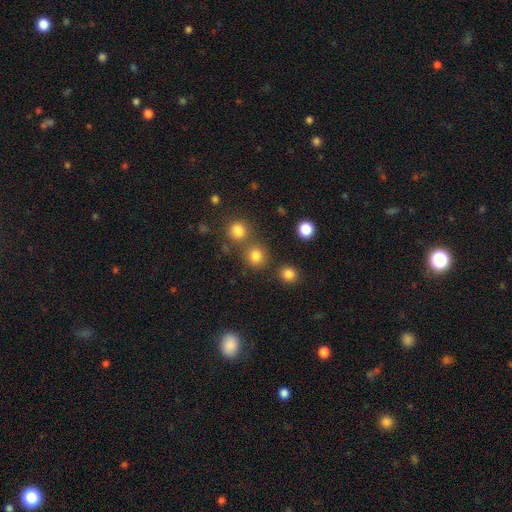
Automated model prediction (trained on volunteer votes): This is likely a smooth galaxy (80%). How rounded: clearly round (88%). Merging: likely none (72%).